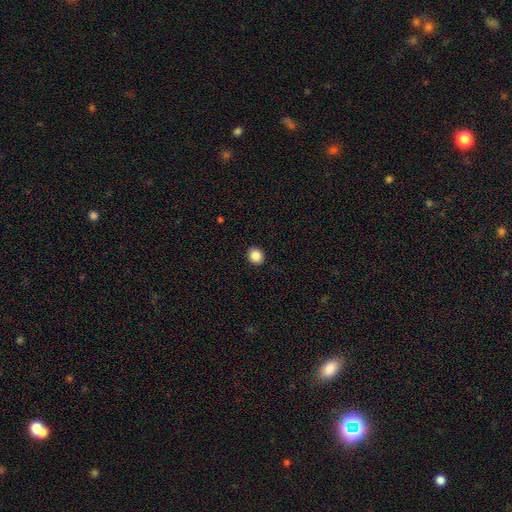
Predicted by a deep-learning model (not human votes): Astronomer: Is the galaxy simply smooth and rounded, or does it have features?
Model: smooth — 87%.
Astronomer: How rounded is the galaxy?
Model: round — 72%.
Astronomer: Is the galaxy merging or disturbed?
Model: none — 92%.